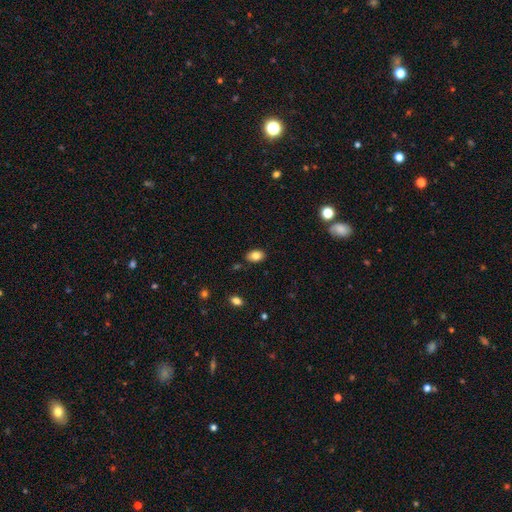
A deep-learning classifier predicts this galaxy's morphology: Overall: smooth (82%). How rounded: in between (86%). Merging: none (83%).